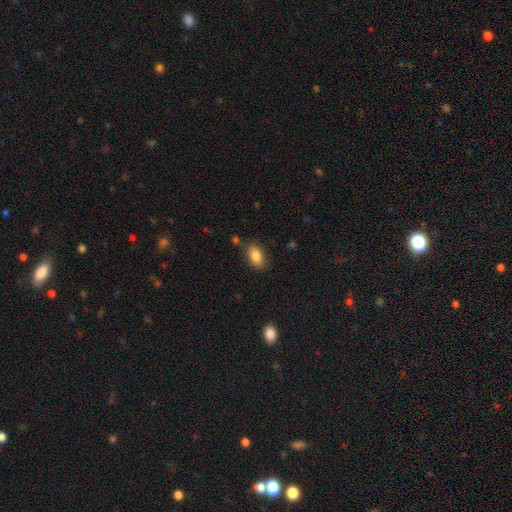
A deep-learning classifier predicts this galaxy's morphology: type=smooth (84%); roundness=in between (90%); merging=none (83%).